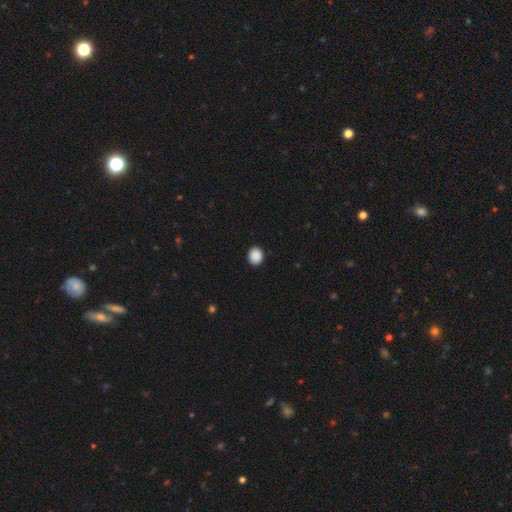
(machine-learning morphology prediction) Smooth or featured? smooth (90%)
How rounded? round (65%)
Merging? none (92%)